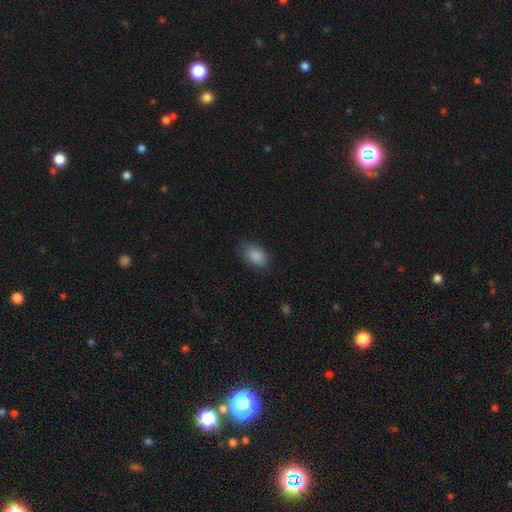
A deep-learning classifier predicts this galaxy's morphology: smooth 88%, star or artifact 8%, featured or disk 5%. Down the decision tree: how rounded — in between (88%); merging — none (77%).